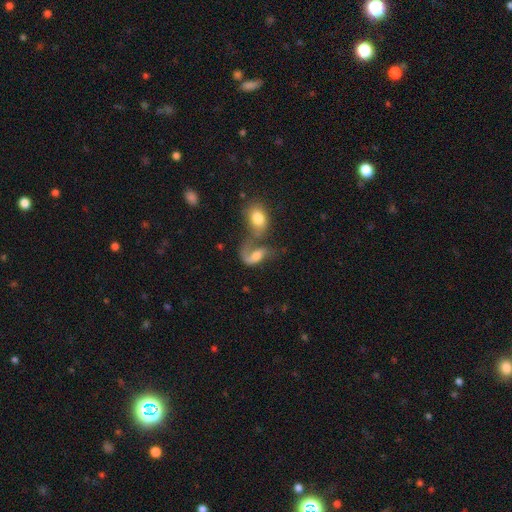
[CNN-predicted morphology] This appears to be a featured or disk galaxy (54%) with no bar (54%), spiral arms (78%) and a moderate central bulge (49%). Merging: merger (61%).